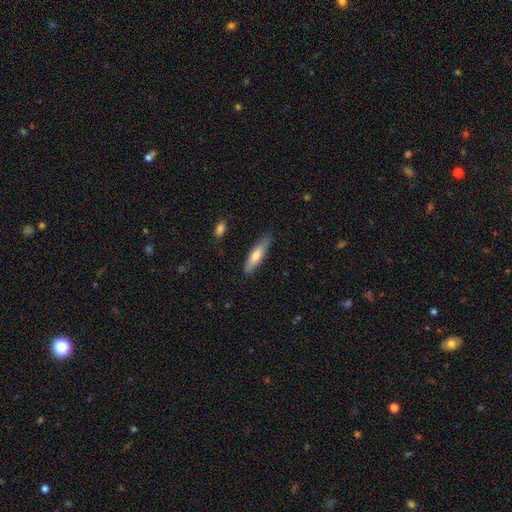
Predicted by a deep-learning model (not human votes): smooth_or_featured: smooth (p=0.67) [alt: featured or disk p=0.28]
how_rounded: cigar-shaped (p=0.73) [alt: in between p=0.26]
merging: none (p=0.84) [alt: minor disturbance p=0.13]